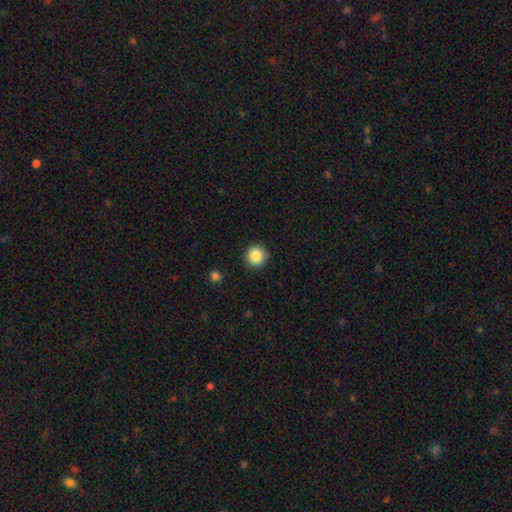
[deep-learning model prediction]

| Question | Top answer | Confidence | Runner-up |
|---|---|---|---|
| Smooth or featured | smooth | 87% | star or artifact (9%) |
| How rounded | round | 95% | in between (4%) |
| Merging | none | 92% | minor disturbance (5%) |